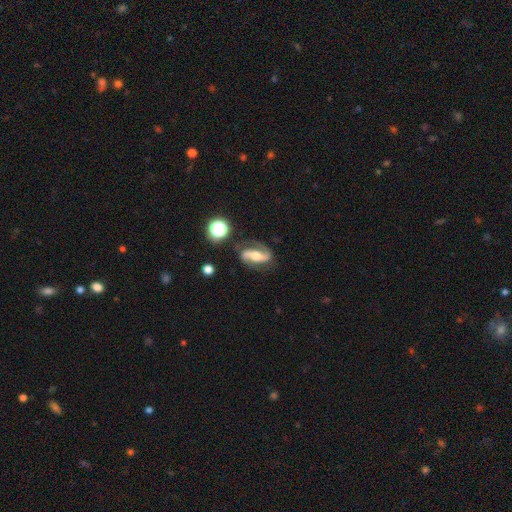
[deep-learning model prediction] A featured or disk galaxy (82%) with a strong bar (39%), 2 (91%) loose (45%) spiral arms (95%) and a moderate central bulge (63%). Merging: none (74%).